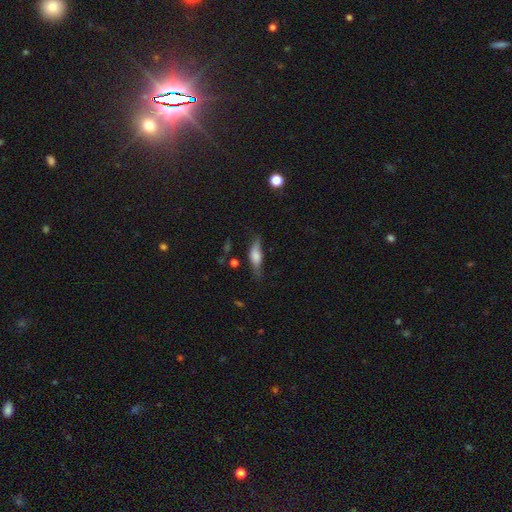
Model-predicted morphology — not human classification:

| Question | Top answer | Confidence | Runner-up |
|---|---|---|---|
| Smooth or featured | smooth | 57% | featured or disk (36%) |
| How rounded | cigar-shaped | 49% | in between (48%) |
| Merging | none | 62% | minor disturbance (27%) |